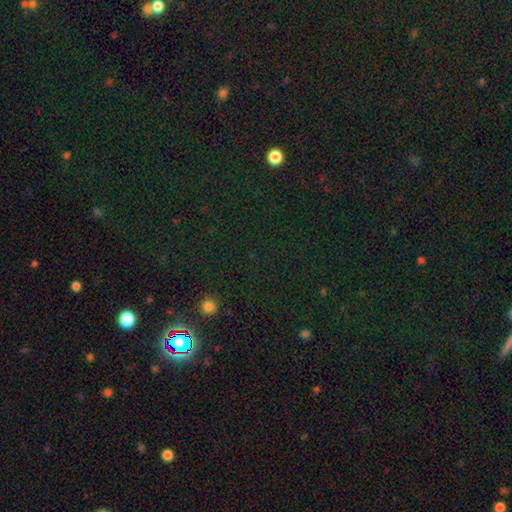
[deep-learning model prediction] This is likely a star or artifact rather than a galaxy (77%).